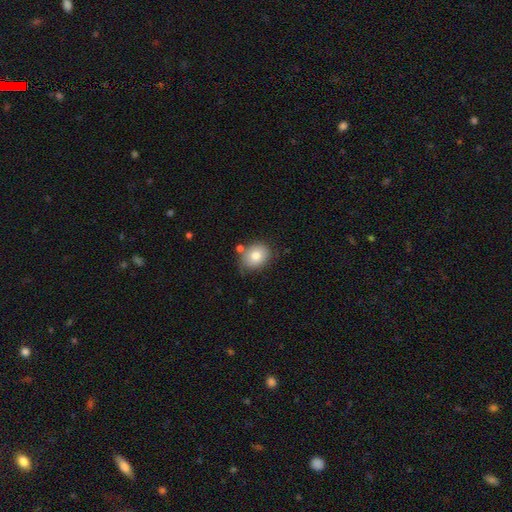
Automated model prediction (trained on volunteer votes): Overall: smooth (80%). How rounded: round (53%; in between 47%). Merging: none (71%).